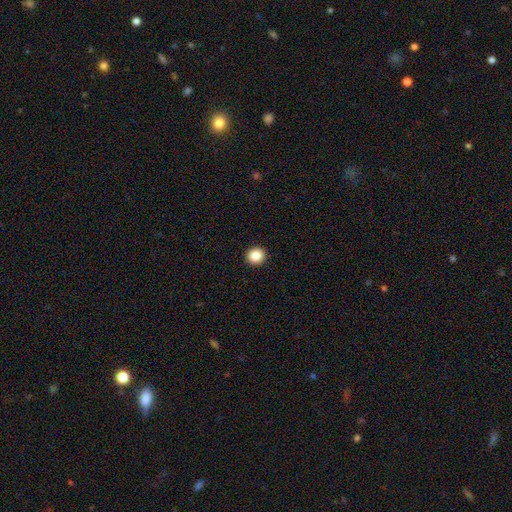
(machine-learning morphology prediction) smooth 86%, star or artifact 10%, featured or disk 4%. Down the decision tree: how rounded — round (92%); merging — none (94%).